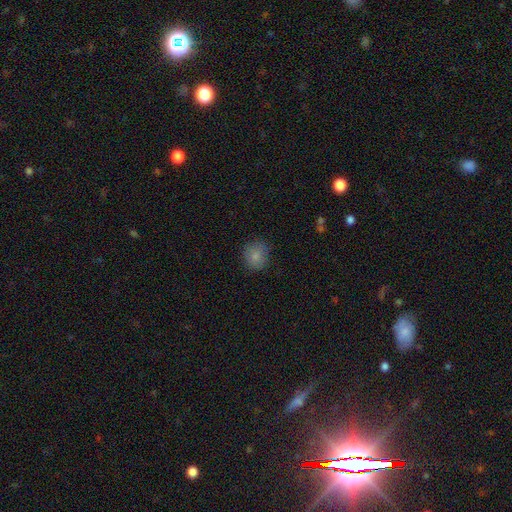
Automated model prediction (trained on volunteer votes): This is clearly a smooth galaxy (82%). How rounded: likely round (79%). Merging: clearly none (81%).